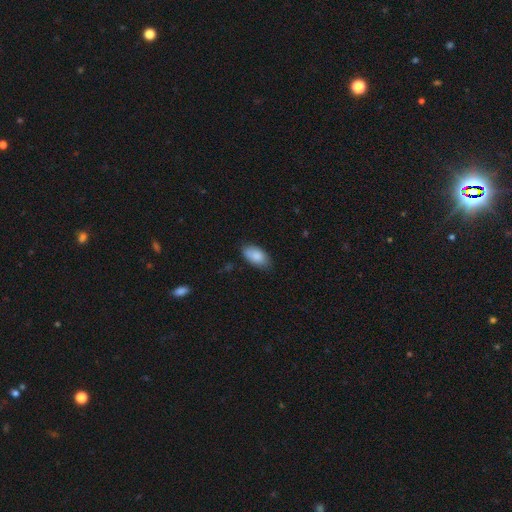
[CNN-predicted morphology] Q: Smooth or featured?
A: smooth (86%); runner-up: featured or disk (7%)
Q: How rounded?
A: in between (94%); runner-up: round (4%)
Q: Merging?
A: none (76%); runner-up: minor disturbance (20%)